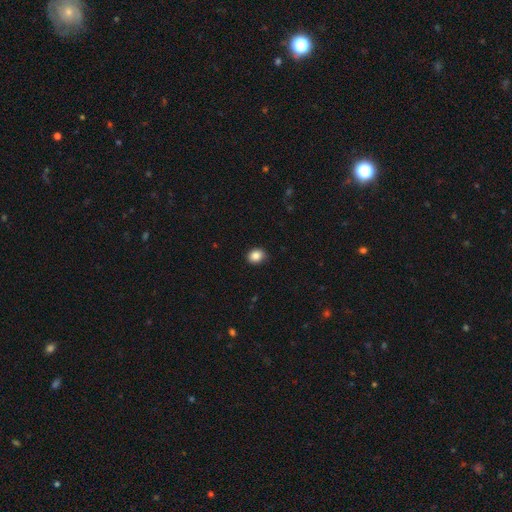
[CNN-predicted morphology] Smooth or featured: smooth — 87% (star or artifact — 9%)
How rounded: round — 51% (in between — 48%)
Merging: none — 88% (minor disturbance — 9%)